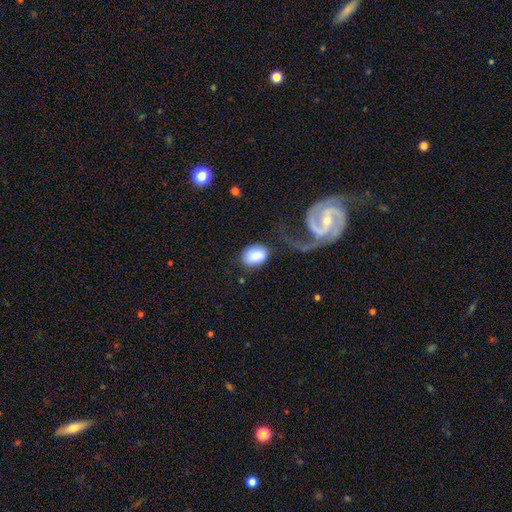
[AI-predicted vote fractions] Smooth or featured? smooth (81%)
How rounded? in between (74%)
Merging? none (59%)